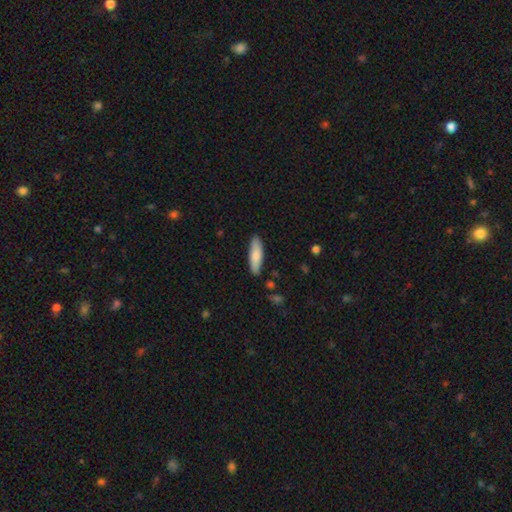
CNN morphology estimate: A smooth galaxy with no disk features (81%) that is cigar-shaped (53%).

Vote fractions:
- Smooth or featured? smooth: 81% / featured or disk: 14% / star or artifact: 5%
- How rounded? cigar-shaped: 53% / in between: 46% / round: 2%
- Merging? none: 87% / minor disturbance: 10% / major disturbance: 2% / merger: 2%